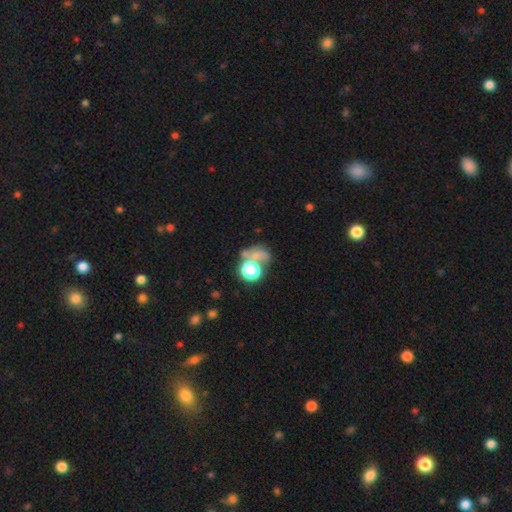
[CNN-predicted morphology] A smooth galaxy with no disk features (56%) that is round (59%).

Vote fractions:
- Smooth or featured? smooth: 56% / star or artifact: 25% / featured or disk: 19%
- How rounded? round: 59% / in between: 39% / cigar-shaped: 2%
- Merging? merger: 35% / none: 32% / major disturbance: 20% / minor disturbance: 13%